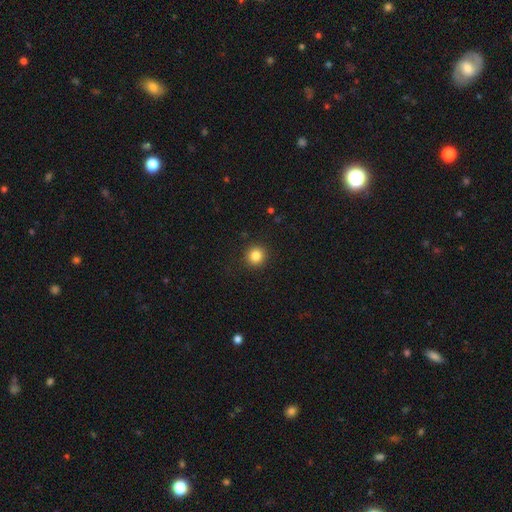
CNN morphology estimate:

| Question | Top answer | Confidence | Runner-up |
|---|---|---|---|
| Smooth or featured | smooth | 84% | star or artifact (11%) |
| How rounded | round | 93% | in between (6%) |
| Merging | none | 91% | minor disturbance (6%) |